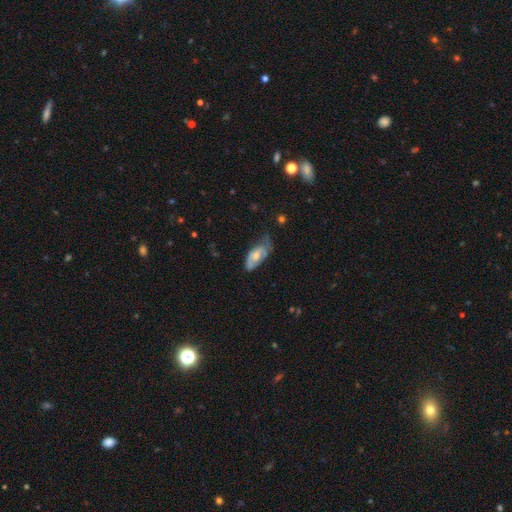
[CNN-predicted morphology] smooth_or_featured: featured or disk (p=0.49) [alt: smooth p=0.45]
merging: minor disturbance (p=0.39) [tied with: none p=0.39]